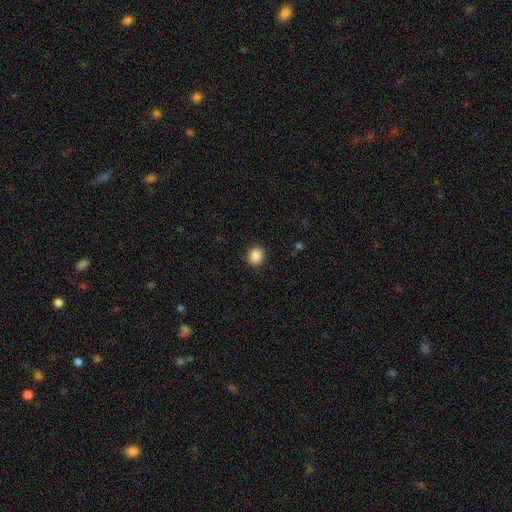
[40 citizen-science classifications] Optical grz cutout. It shows a smooth galaxy with no disk features (88%) that is round (91%). Merging: none (92%).